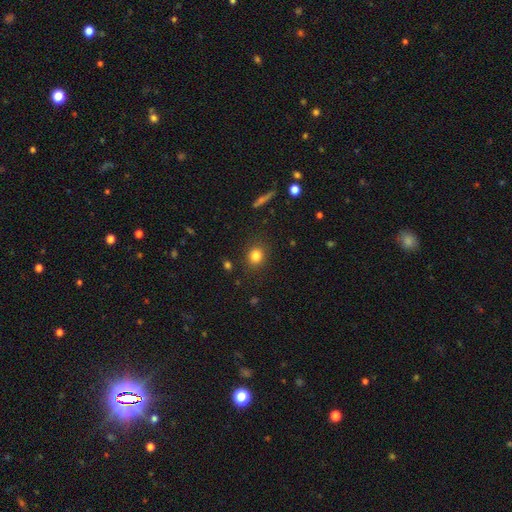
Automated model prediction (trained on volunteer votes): A smooth galaxy with no disk features (83%) that is round (70%).

Vote fractions:
- Smooth or featured? smooth: 83% / star or artifact: 11% / featured or disk: 6%
- How rounded? round: 70% / in between: 28% / cigar-shaped: 1%
- Merging? none: 87% / minor disturbance: 9% / major disturbance: 3% / merger: 1%